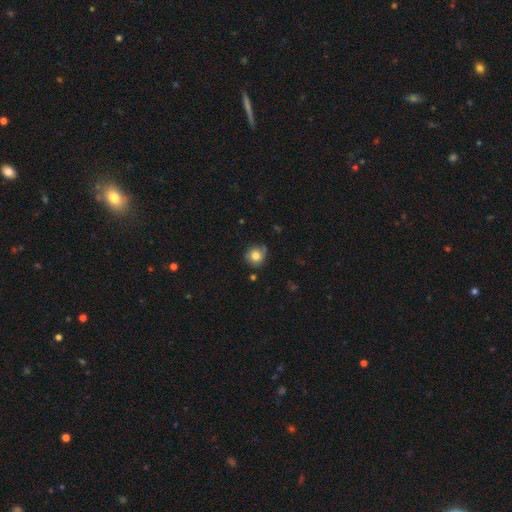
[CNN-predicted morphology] Smooth or featured? Predicted: smooth (p=0.77). How rounded? Predicted: round (p=0.87). Merging? Predicted: none (p=0.73).